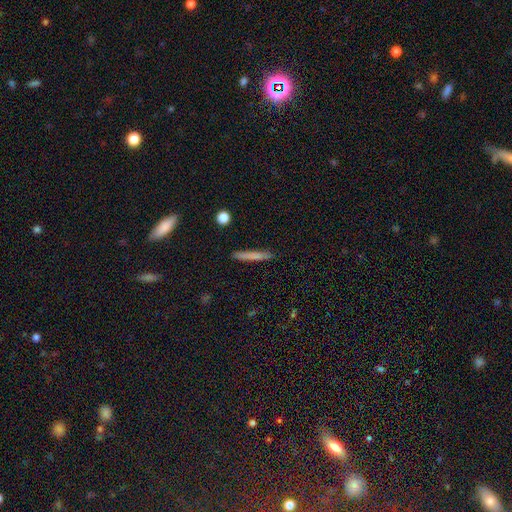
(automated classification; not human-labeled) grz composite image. It shows a smooth galaxy with no disk features (72%) that is cigar-shaped (95%). Merging: none (89%).